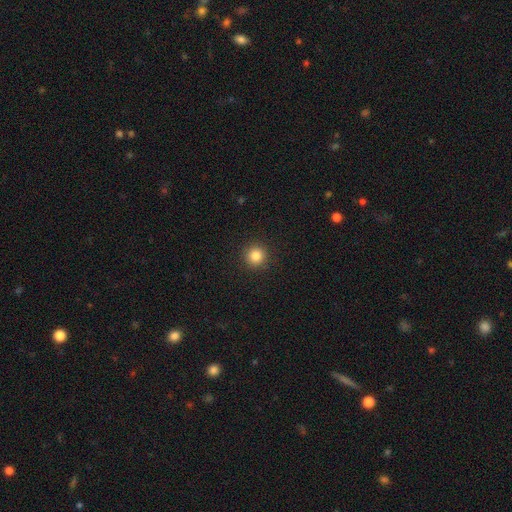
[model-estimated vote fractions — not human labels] smooth-or-featured: smooth: 83% | star or artifact: 12% | featured or disk: 5%
  how-rounded: round: 95% | in between: 4% | cigar-shaped: 1%
  merging: none: 92% | minor disturbance: 5% | major disturbance: 2% | merger: 1%